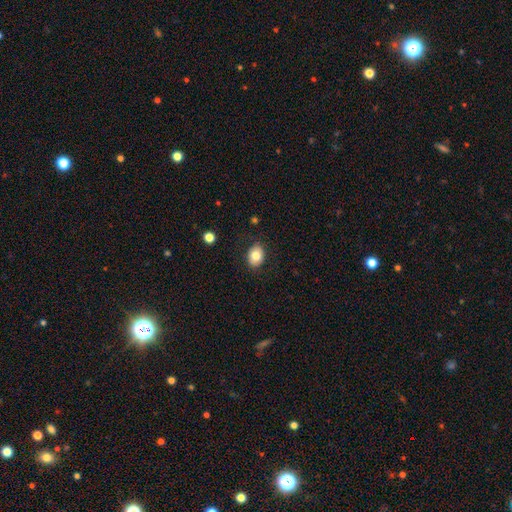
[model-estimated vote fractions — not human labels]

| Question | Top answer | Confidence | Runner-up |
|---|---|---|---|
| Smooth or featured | smooth | 80% | featured or disk (12%) |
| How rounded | in between | 68% | round (31%) |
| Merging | none | 84% | minor disturbance (11%) |